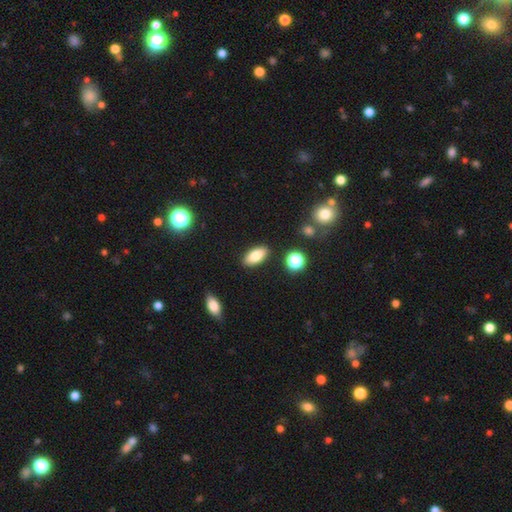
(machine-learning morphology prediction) Overall: smooth (78%). How rounded: in between (86%). Merging: none (87%).